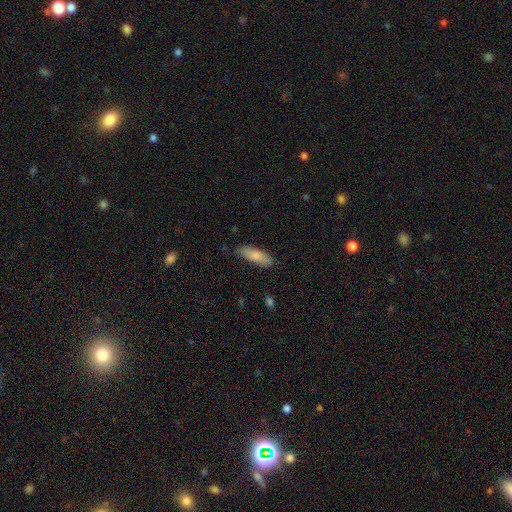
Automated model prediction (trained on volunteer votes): Smooth or featured? smooth (81%)
How rounded? in between (56%)
Merging? none (79%)